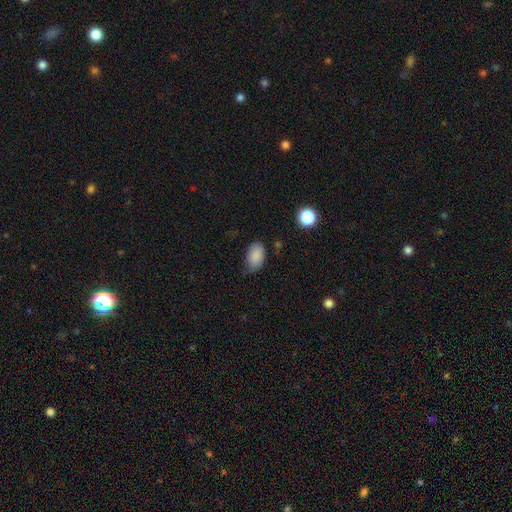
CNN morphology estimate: type=smooth (87%); roundness=in between (91%); merging=none (62%).